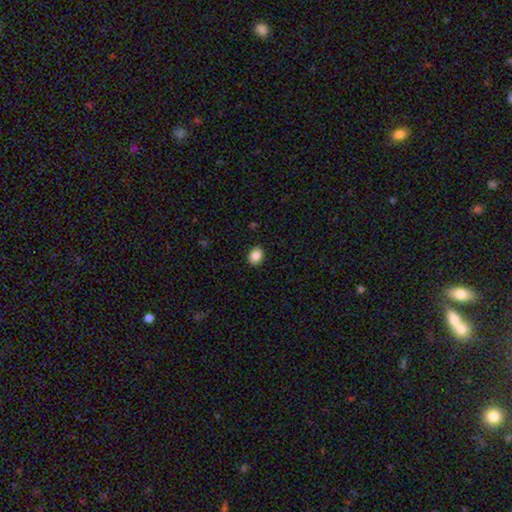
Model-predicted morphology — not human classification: Smooth or featured? Predicted: smooth (p=0.88). How rounded? Predicted: in between (p=0.64). Merging? Predicted: none (p=0.89).